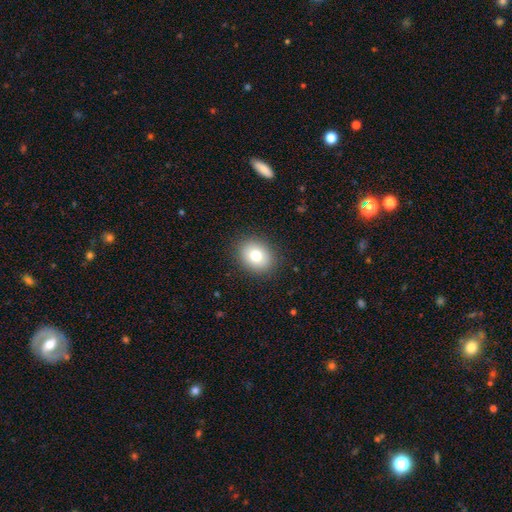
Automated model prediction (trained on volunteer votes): Smooth or featured?
  - smooth: 79% *
  - featured or disk: 11%
  - star or artifact: 10%
How rounded?
  - round: 50% *
  - in between: 49%
  - cigar-shaped: 1%
Merging?
  - none: 89% *
  - minor disturbance: 8%
  - major disturbance: 2%
  - merger: 1%